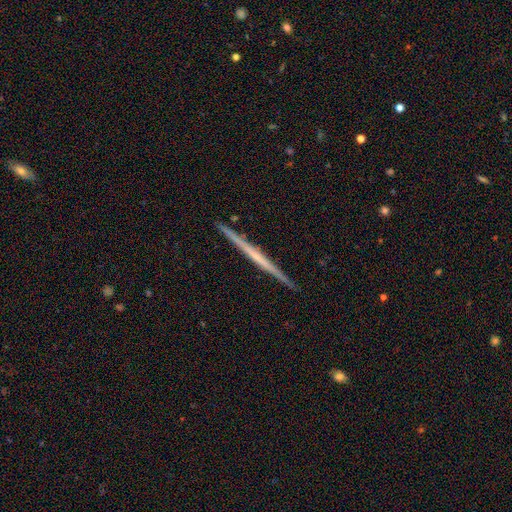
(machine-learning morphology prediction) Smooth or featured?
  - featured or disk: 66% *
  - smooth: 29%
  - star or artifact: 6%
Edge-on disk?
  - yes: 98% *
  - no: 2%
Edge-on bulge?
  - none: 79% *
  - rounded: 15%
  - boxy: 6%
Merging?
  - none: 92% *
  - minor disturbance: 5%
  - major disturbance: 1%
  - merger: 1%